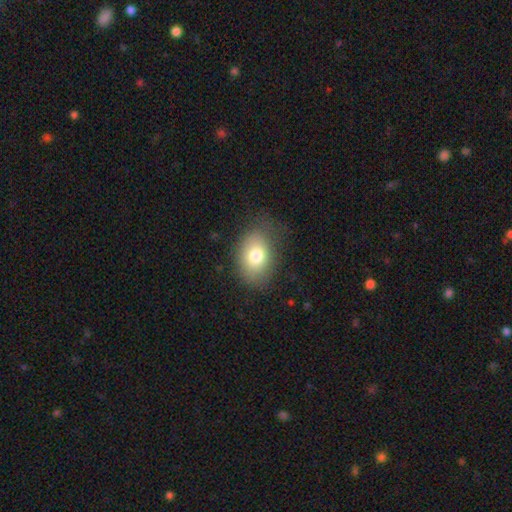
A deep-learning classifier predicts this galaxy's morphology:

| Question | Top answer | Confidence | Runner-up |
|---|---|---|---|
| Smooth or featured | smooth | 78% | featured or disk (13%) |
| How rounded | in between | 77% | round (22%) |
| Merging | none | 69% | minor disturbance (21%) |